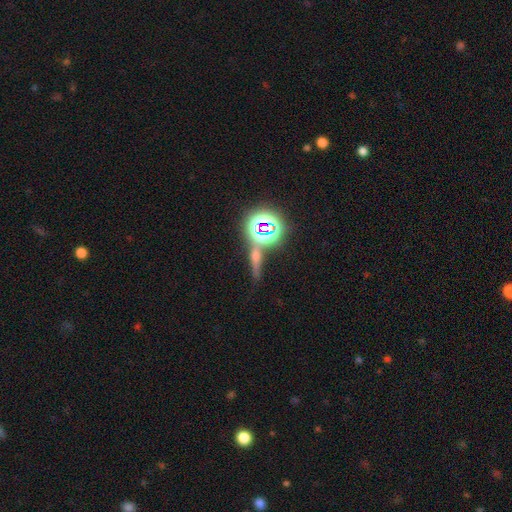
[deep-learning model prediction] Smooth or featured? star or artifact (50%)